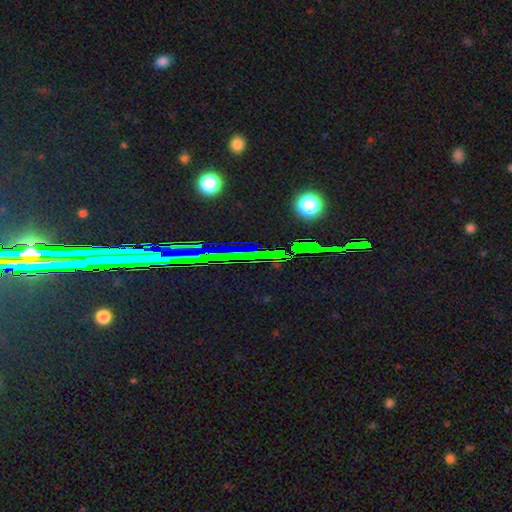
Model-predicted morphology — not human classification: A star or artifact, not a galaxy (79%).